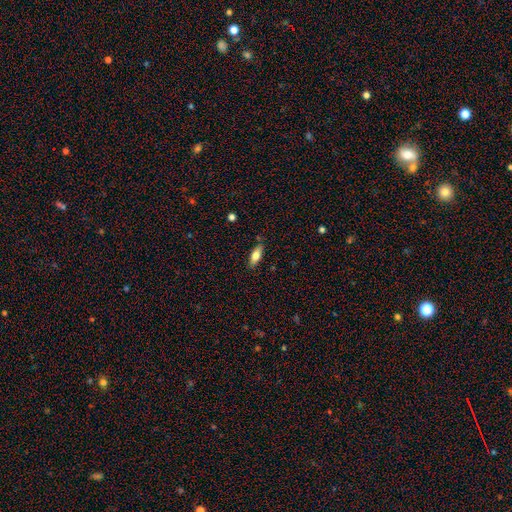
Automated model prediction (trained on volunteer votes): Smooth or featured? Predicted: smooth (p=0.71). How rounded? Predicted: in between (p=0.71). Merging? Predicted: none (p=0.83).